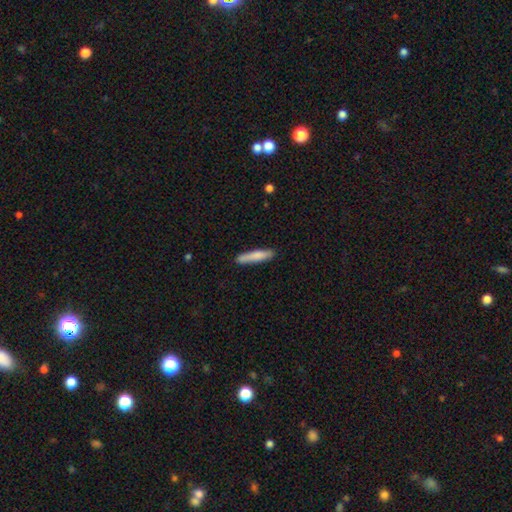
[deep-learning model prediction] A smooth galaxy with no disk features (78%) that is cigar-shaped (89%).

Vote fractions:
- Smooth or featured? smooth: 78% / featured or disk: 17% / star or artifact: 5%
- How rounded? cigar-shaped: 89% / in between: 10% / round: 1%
- Merging? none: 83% / minor disturbance: 12% / merger: 2% / major disturbance: 2%